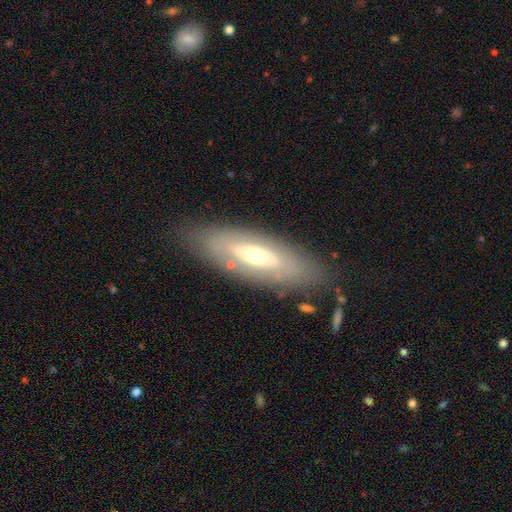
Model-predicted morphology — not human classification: Overall: featured or disk (58%; smooth 35%). Edge-on disk: no (74%). Merging: none (79%).